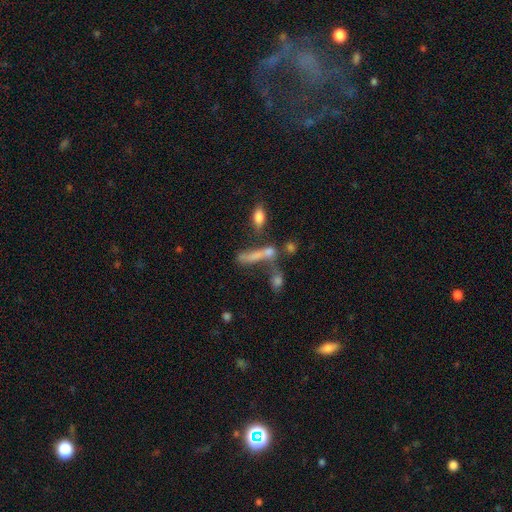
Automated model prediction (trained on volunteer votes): Overall: smooth (47%; featured or disk 32%). Merging: merger (37%; none 36%).